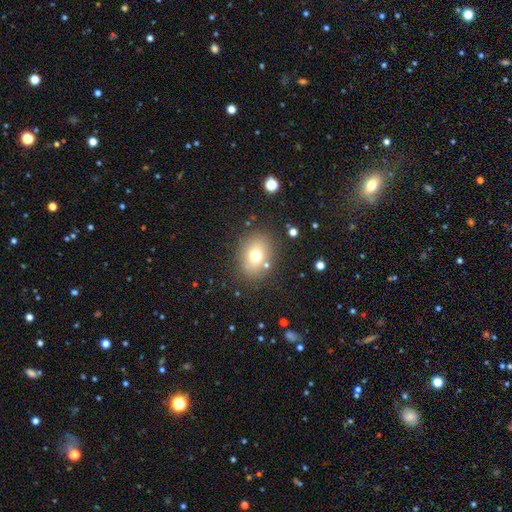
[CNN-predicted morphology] Smooth or featured?
  - smooth: 71% *
  - featured or disk: 15%
  - star or artifact: 14%
How rounded?
  - in between: 50% *
  - round: 49%
  - cigar-shaped: 1%
Merging?
  - none: 81% *
  - minor disturbance: 11%
  - major disturbance: 4%
  - merger: 4%